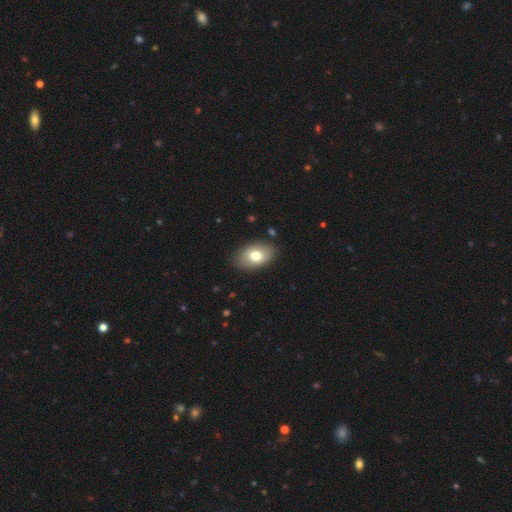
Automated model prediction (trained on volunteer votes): Smooth or featured: smooth — 76% (featured or disk — 17%)
How rounded: in between — 89% (round — 10%)
Merging: none — 86% (minor disturbance — 10%)